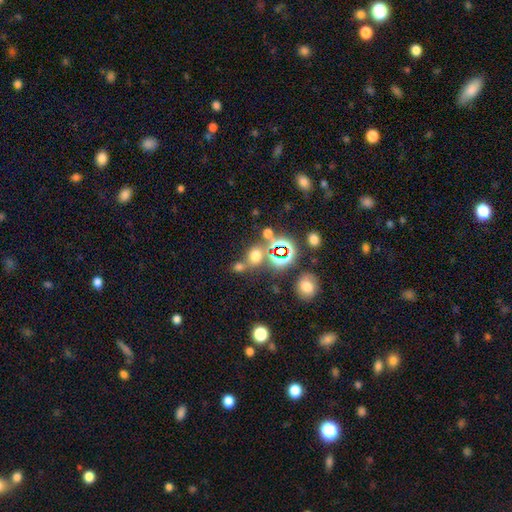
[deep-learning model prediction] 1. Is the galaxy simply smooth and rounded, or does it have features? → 59% smooth, 31% star or artifact, 9% featured or disk.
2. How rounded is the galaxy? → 69% round, 30% in between, 2% cigar-shaped.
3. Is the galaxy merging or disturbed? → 57% none, 26% merger, 10% minor disturbance, 6% major disturbance.